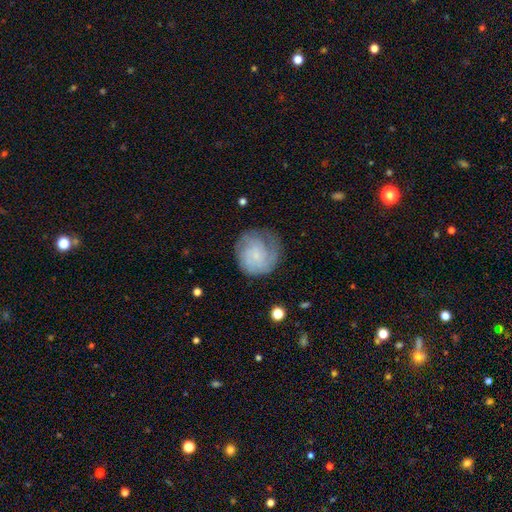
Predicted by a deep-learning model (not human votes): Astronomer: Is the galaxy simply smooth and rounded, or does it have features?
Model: featured or disk — 59%.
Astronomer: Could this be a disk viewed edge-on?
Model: no — 98%.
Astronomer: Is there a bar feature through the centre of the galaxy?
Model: no — 76%.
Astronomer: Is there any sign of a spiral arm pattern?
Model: yes — 89%.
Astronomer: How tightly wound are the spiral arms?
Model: tight — 60%.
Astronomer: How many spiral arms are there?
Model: can't tell — 46%.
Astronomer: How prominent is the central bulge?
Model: small — 69%.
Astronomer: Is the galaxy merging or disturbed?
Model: none — 67%.